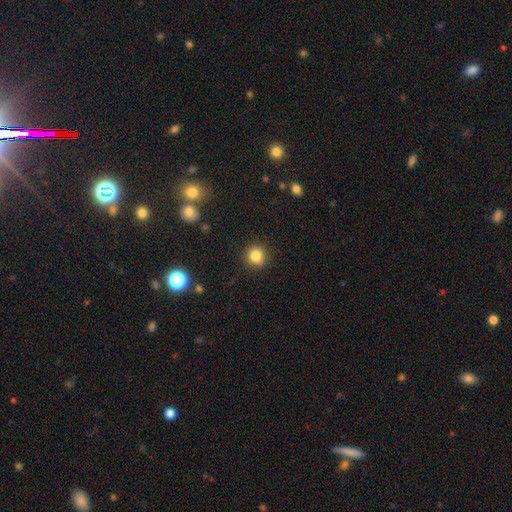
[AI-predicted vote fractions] Morphology: type=smooth (83%); roundness=round (91%); merging=none (89%).